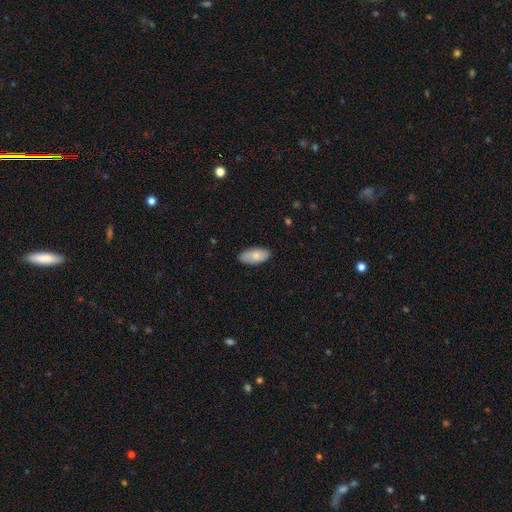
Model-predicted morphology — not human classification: Smooth or featured: smooth — 80% (featured or disk — 15%)
How rounded: in between — 93% (cigar-shaped — 5%)
Merging: none — 85% (minor disturbance — 12%)